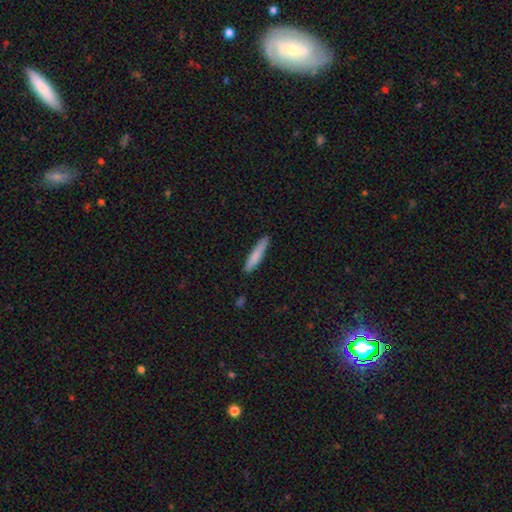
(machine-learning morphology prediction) Smooth or featured? Predicted: smooth (p=0.81). How rounded? Predicted: cigar-shaped (p=0.91). Merging? Predicted: none (p=0.86).